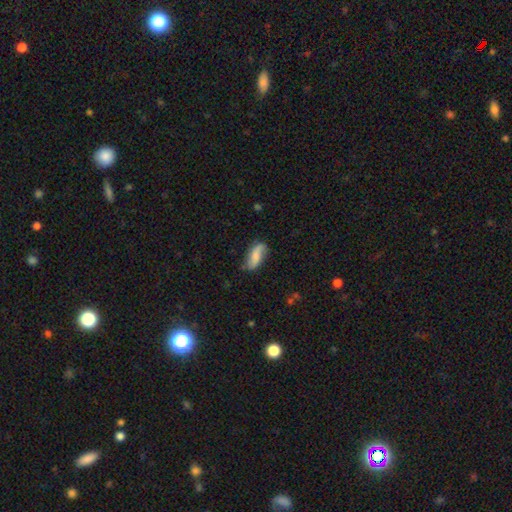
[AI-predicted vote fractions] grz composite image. It shows a smooth galaxy with no disk features (51%) that is in between round and cigar-shaped (77%). Merging: none (69%).